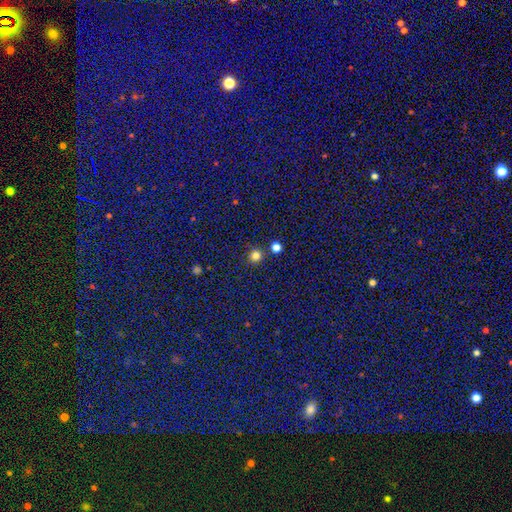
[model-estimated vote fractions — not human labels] smooth_or_featured: smooth (p=0.79) [alt: star or artifact p=0.16]
how_rounded: round (p=0.93) [alt: in between p=0.06]
merging: none (p=0.82) [alt: merger p=0.09]